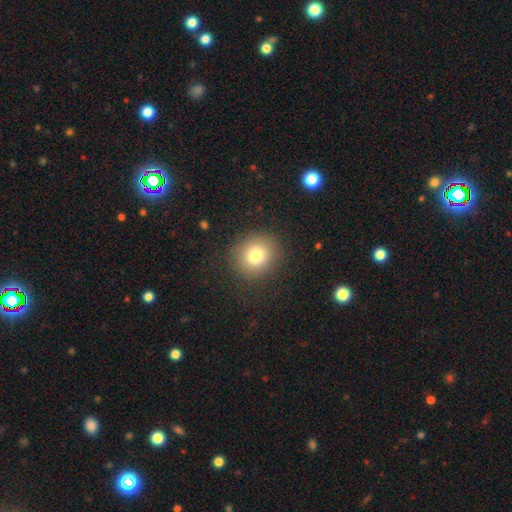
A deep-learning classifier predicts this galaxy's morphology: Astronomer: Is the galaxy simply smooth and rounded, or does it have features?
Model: smooth — 79%.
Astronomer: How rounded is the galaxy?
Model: round — 86%.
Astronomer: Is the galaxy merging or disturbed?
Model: none — 88%.